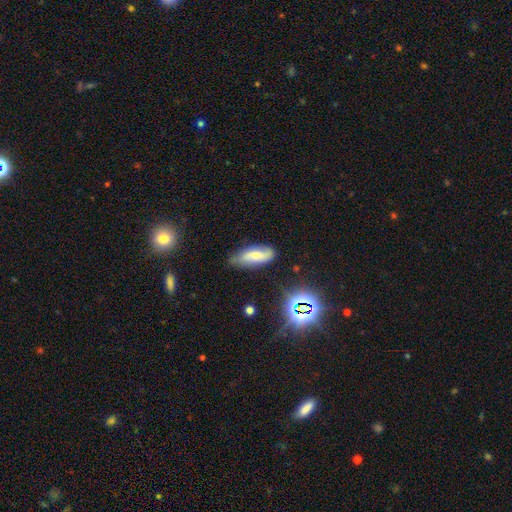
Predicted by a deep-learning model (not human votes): The model was most divided on "smooth or featured": smooth: 58%, featured or disk: 31%, star or artifact: 11%. More confident: how rounded — in between (77%); merging — none (64%).